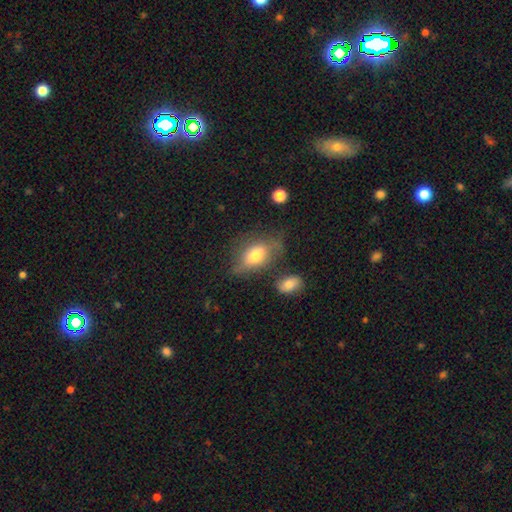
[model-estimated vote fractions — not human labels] Smooth or featured? Predicted: smooth (p=0.67). How rounded? Predicted: in between (p=0.83). Merging? Predicted: none (p=0.55).